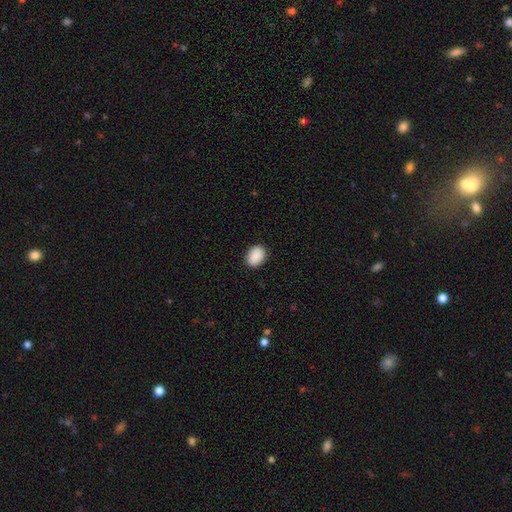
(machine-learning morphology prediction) Overall: smooth (91%). How rounded: in between (75%). Merging: none (89%).